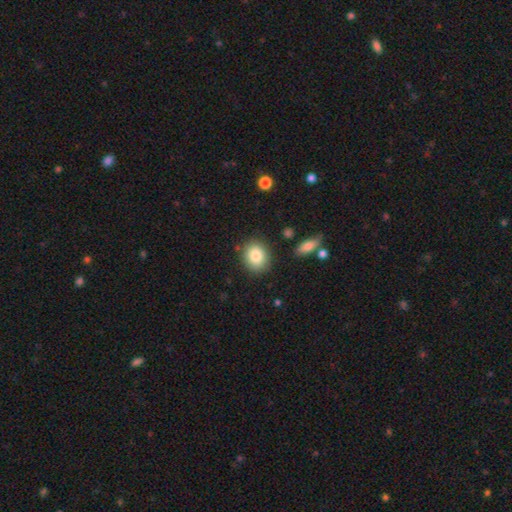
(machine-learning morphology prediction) smooth_or_featured: smooth (p=0.84) [alt: star or artifact p=0.08]
how_rounded: round (p=0.57) [alt: in between p=0.41]
merging: none (p=0.84) [alt: minor disturbance p=0.10]